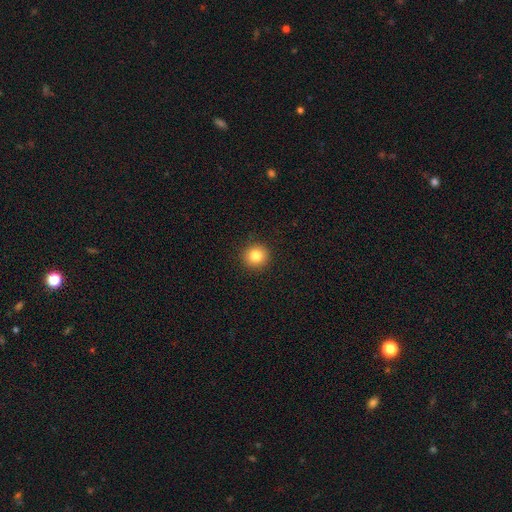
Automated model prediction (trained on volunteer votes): Smooth or featured? Predicted: smooth (p=0.83). How rounded? Predicted: round (p=0.93). Merging? Predicted: none (p=0.92).